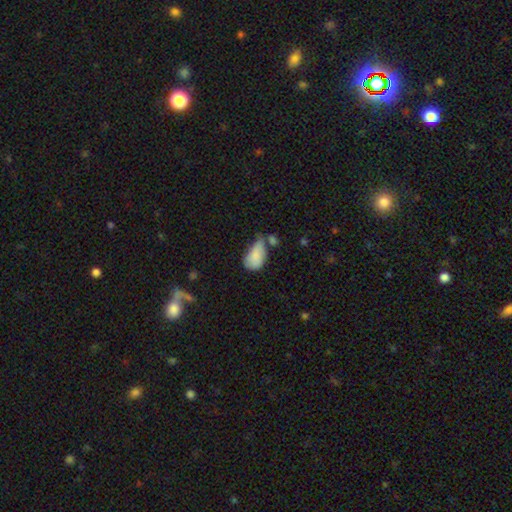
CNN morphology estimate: A smooth galaxy with no disk features (81%) that is in between round and cigar-shaped (90%). Merging: minor disturbance (36%).